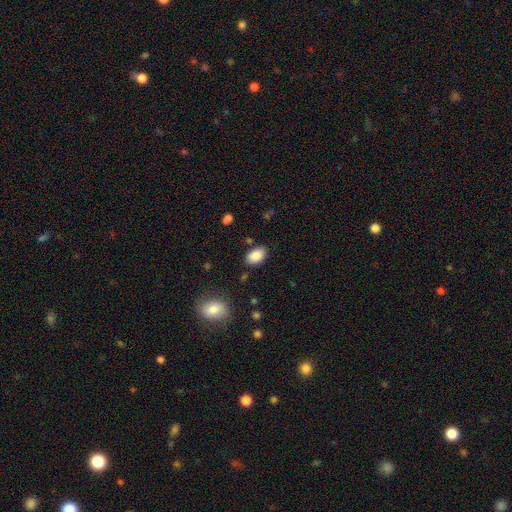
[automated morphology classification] Smooth or featured? Predicted: smooth (p=0.86). How rounded? Predicted: in between (p=0.90). Merging? Predicted: none (p=0.84).